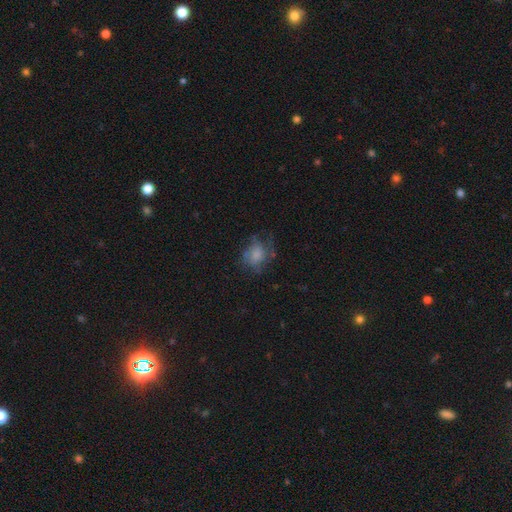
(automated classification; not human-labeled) featured or disk 42%, smooth 41%, star or artifact 16%. Down the decision tree: merging — none (57%).